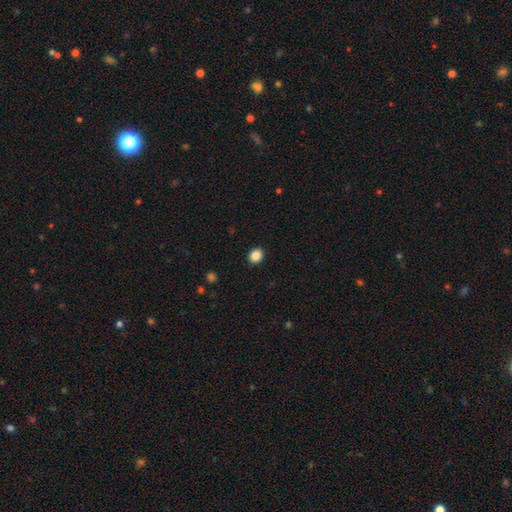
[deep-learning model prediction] Smooth or featured? Predicted: smooth (p=0.87). How rounded? Predicted: round (p=0.60). Merging? Predicted: none (p=0.92).